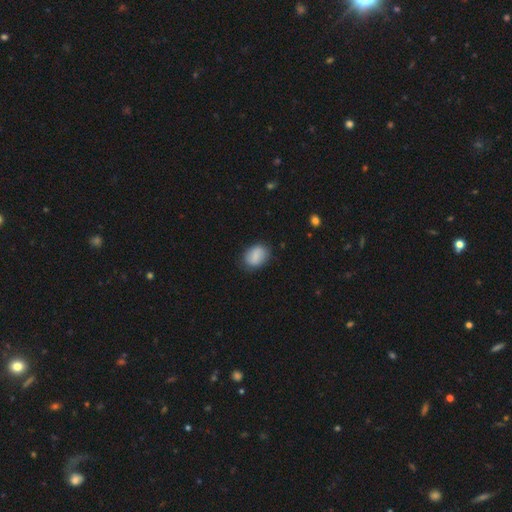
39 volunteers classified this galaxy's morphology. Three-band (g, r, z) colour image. It shows a smooth galaxy with no disk features (79%) that is in between round and cigar-shaped (65%). Merging: none (81%).